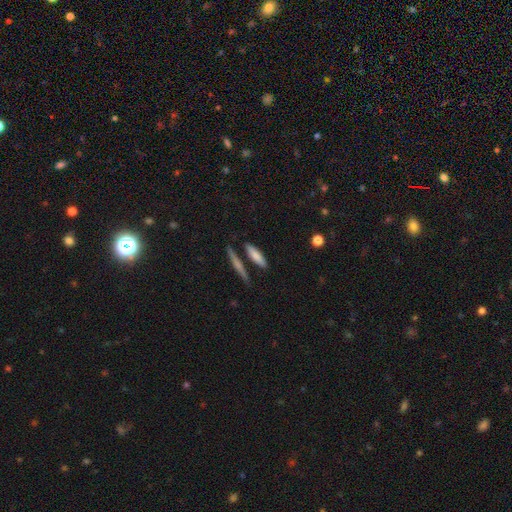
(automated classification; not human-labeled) Overall: smooth (70%). How rounded: cigar-shaped (76%). Merging: none (75%).